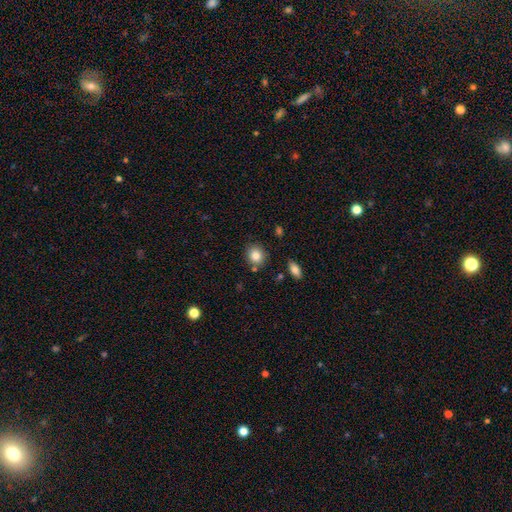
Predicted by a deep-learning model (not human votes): Smooth or featured: smooth — 84% (star or artifact — 9%)
How rounded: round — 77% (in between — 22%)
Merging: none — 81% (minor disturbance — 11%)